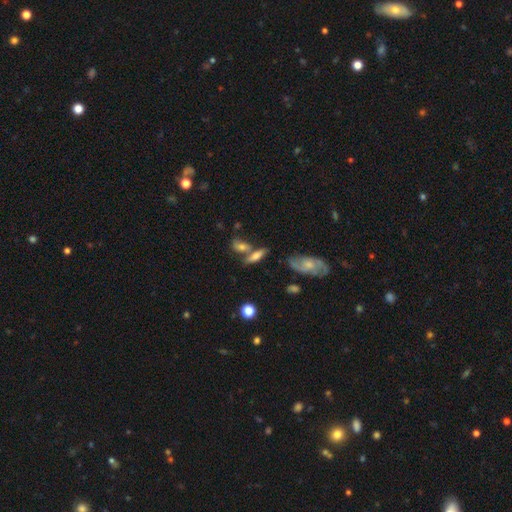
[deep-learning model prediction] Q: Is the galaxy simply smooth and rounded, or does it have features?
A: smooth — 56%.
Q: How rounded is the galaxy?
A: in between — 50%.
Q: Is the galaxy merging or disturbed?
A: none — 50%.